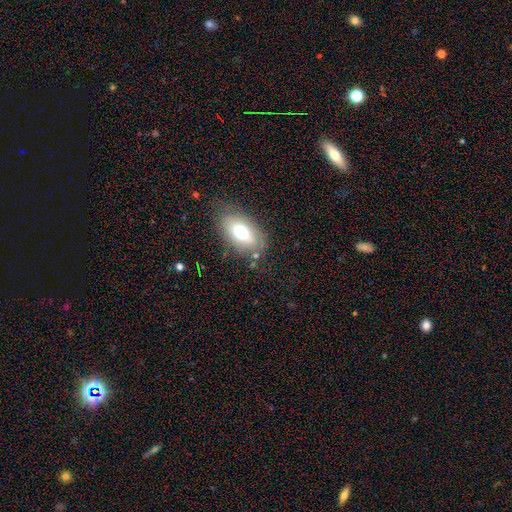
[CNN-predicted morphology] Smooth or featured: smooth — 64% (featured or disk — 25%)
How rounded: in between — 88% (round — 9%)
Merging: none — 71% (minor disturbance — 19%)